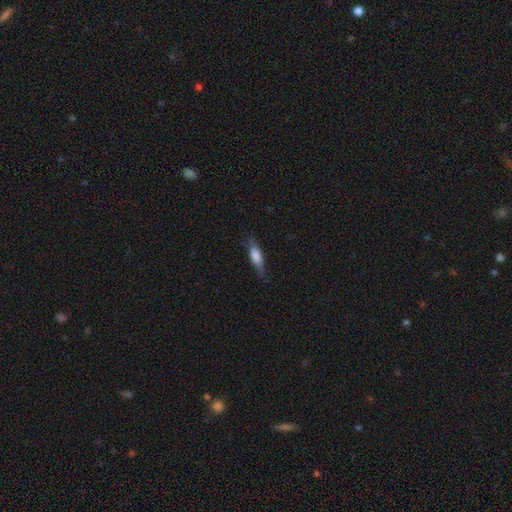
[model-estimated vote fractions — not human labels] Smooth or featured?
  - smooth: 72% *
  - featured or disk: 21%
  - star or artifact: 7%
How rounded?
  - in between: 50% *
  - cigar-shaped: 48%
  - round: 2%
Merging?
  - none: 72% *
  - minor disturbance: 21%
  - major disturbance: 6%
  - merger: 1%